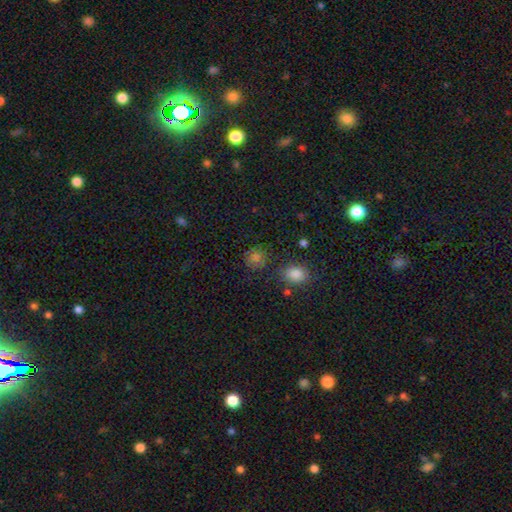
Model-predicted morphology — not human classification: Q: Smooth or featured?
A: smooth (70%); runner-up: star or artifact (23%)
Q: How rounded?
A: round (81%); runner-up: in between (18%)
Q: Merging?
A: none (78%); runner-up: minor disturbance (12%)